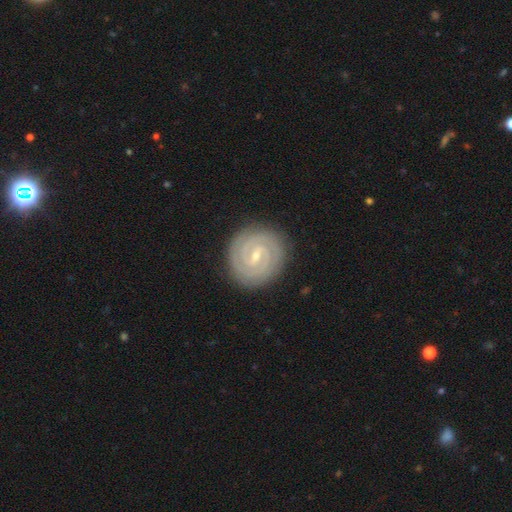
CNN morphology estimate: Smooth or featured: featured or disk — 90% (smooth — 5%)
Edge-on disk: no — 98% (yes — 2%)
Bar: weak — 53% (strong — 29%)
Spiral arms: yes — 98% (no — 2%)
Spiral winding: tight — 86% (medium — 12%)
Spiral arm count: 2 — 71% (3 — 11%)
Bulge size: small — 75% (moderate — 22%)
Merging: none — 88% (minor disturbance — 9%)